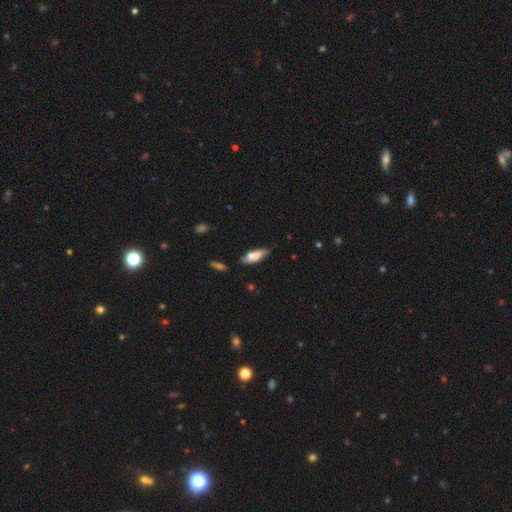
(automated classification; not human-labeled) Q: Smooth or featured?
A: smooth (70%); runner-up: featured or disk (23%)
Q: How rounded?
A: in between (61%); runner-up: cigar-shaped (37%)
Q: Merging?
A: none (63%); runner-up: minor disturbance (24%)